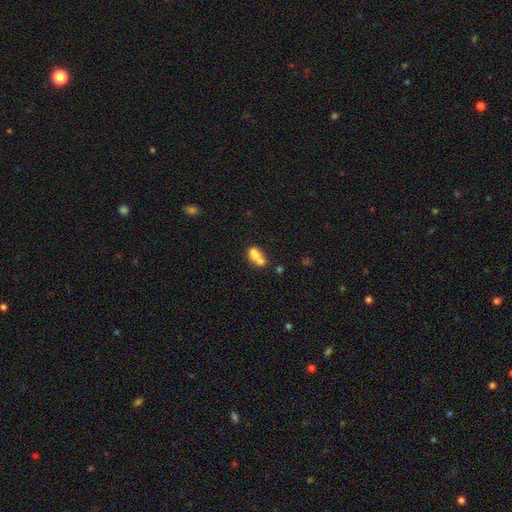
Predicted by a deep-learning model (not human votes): This appears to be a smooth galaxy with no disk features (66%) that is in between round and cigar-shaped (60%). Merging: merger (62%).